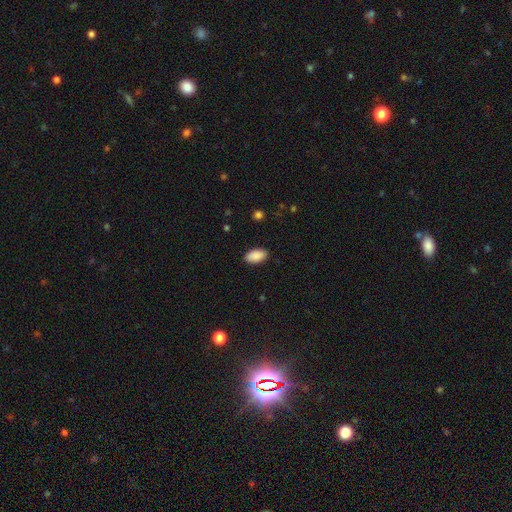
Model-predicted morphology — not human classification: Overall: smooth (90%). How rounded: in between (95%). Merging: none (89%).